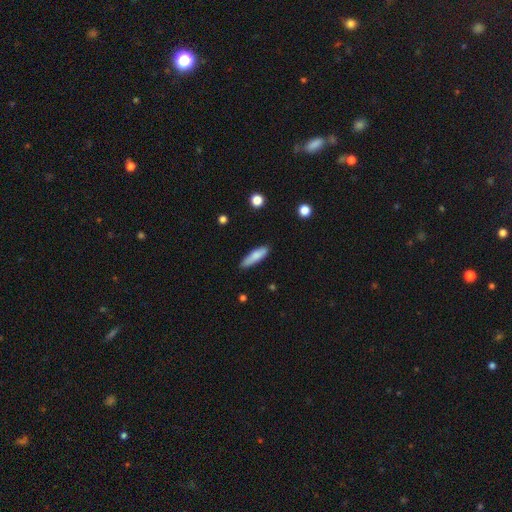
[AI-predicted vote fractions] A smooth galaxy with no disk features (80%) that is cigar-shaped (70%). Merging: none (80%).